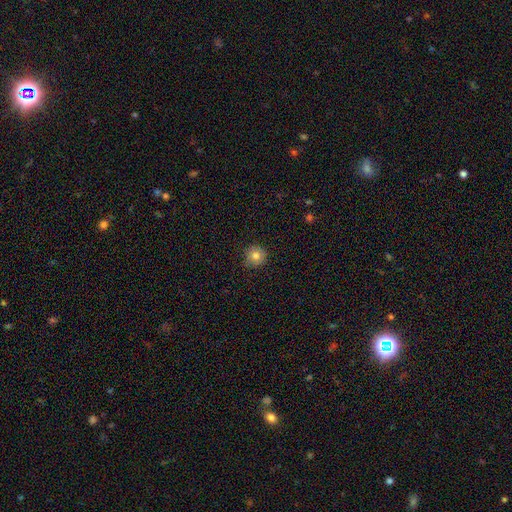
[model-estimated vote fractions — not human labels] Smooth or featured? Predicted: smooth (p=0.80). How rounded? Predicted: round (p=0.95). Merging? Predicted: none (p=0.88).